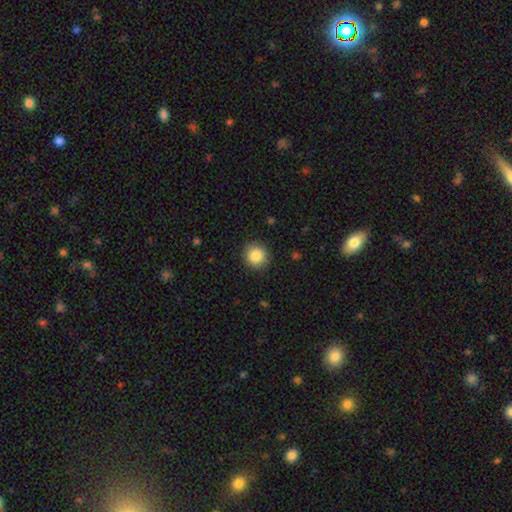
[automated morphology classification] Smooth or featured? smooth (87%)
How rounded? round (91%)
Merging? none (90%)